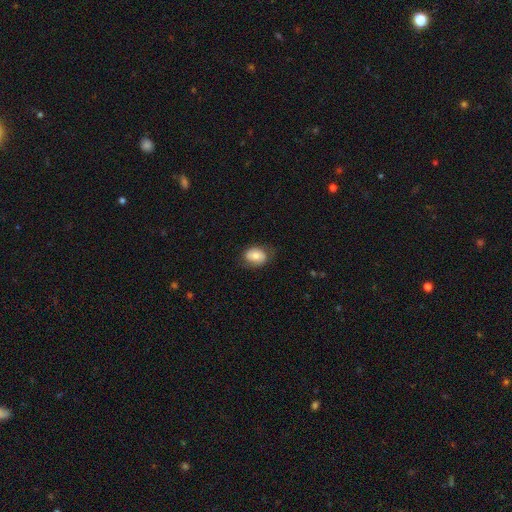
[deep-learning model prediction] This is likely a smooth galaxy (70%). How rounded: likely in between (67%). Merging: likely none (72%).